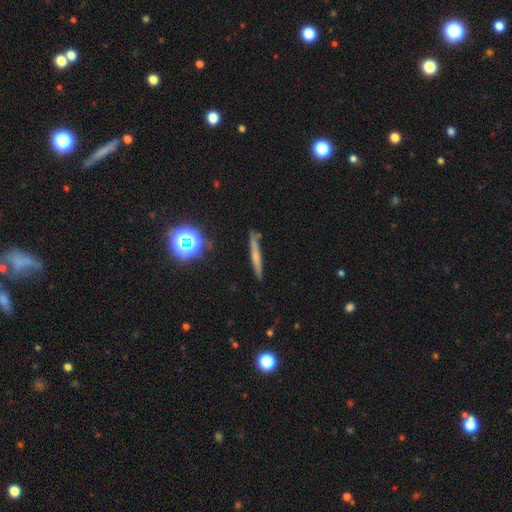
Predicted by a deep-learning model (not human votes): Smooth or featured?
  - smooth: 47% *
  - featured or disk: 38%
  - star or artifact: 15%
Merging?
  - none: 87% *
  - minor disturbance: 9%
  - major disturbance: 2%
  - merger: 2%